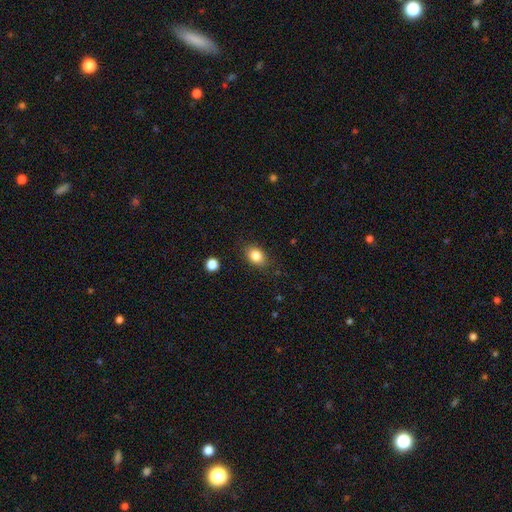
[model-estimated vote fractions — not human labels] This appears to be a smooth galaxy with no disk features (84%) that is in between round and cigar-shaped (71%). Merging: none (83%).